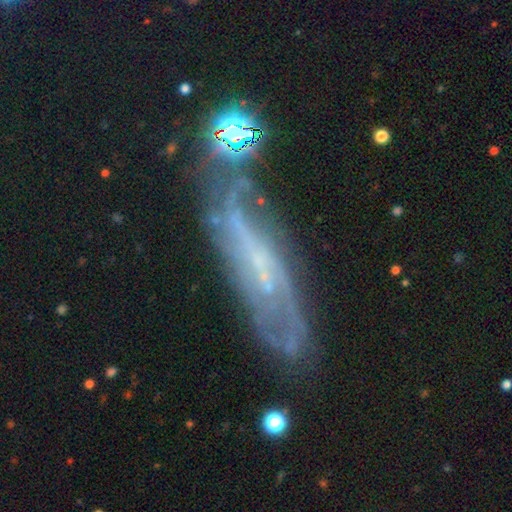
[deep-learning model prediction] This appears to be a featured or disk galaxy (69%). Merging: none (66%).